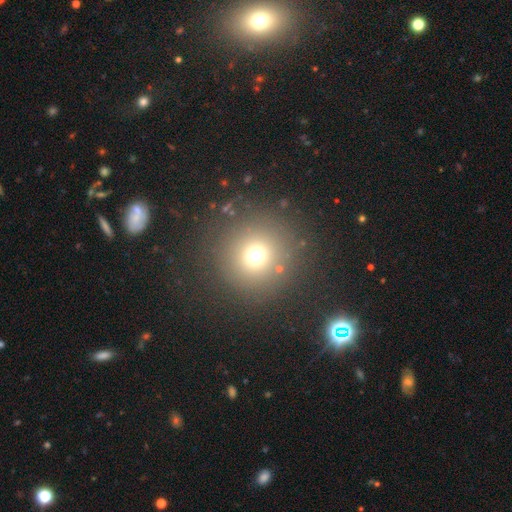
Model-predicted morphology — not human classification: type=smooth (69%); roundness=round (95%); merging=none (86%).